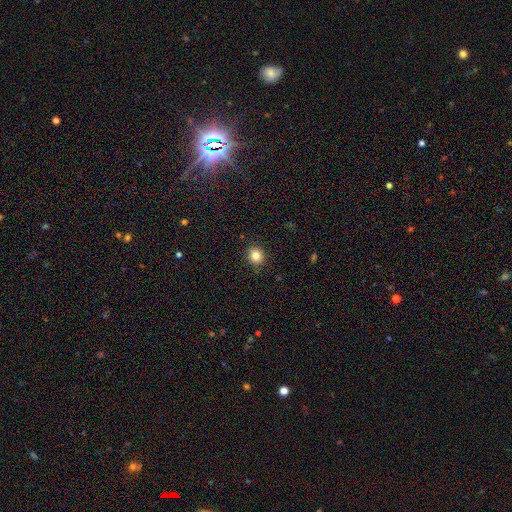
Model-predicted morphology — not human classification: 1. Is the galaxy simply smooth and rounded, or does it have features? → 83% smooth, 11% star or artifact, 6% featured or disk.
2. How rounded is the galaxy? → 83% round, 16% in between, 1% cigar-shaped.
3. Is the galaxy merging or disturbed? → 89% none, 8% minor disturbance, 2% major disturbance, 1% merger.